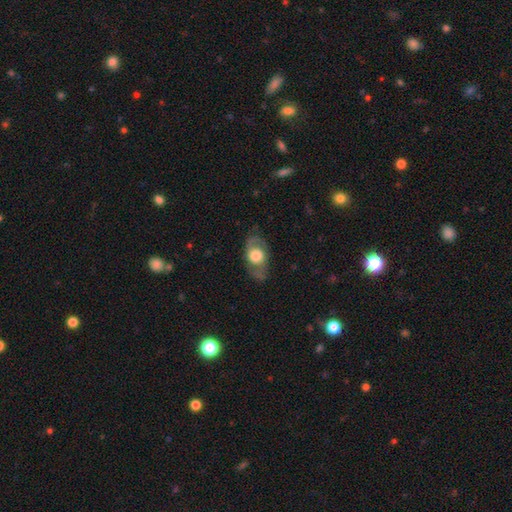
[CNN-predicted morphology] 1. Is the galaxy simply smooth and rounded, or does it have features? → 52% featured or disk, 42% smooth, 6% star or artifact.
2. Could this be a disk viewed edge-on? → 84% no, 16% yes.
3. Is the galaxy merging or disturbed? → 73% none, 17% minor disturbance, 9% major disturbance, 1% merger.